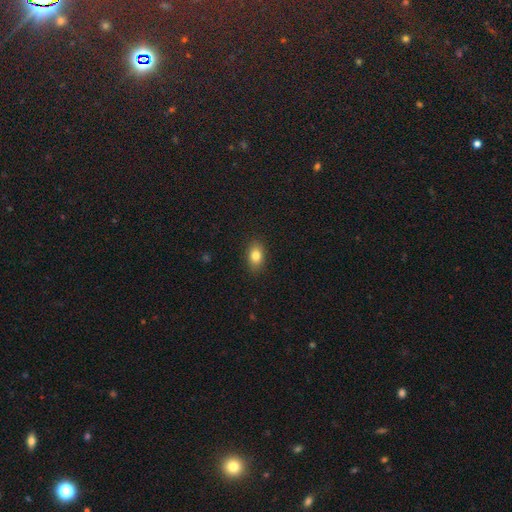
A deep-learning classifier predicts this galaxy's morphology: smooth_or_featured: smooth (p=0.82) [alt: star or artifact p=0.09]
how_rounded: in between (p=0.84) [alt: round p=0.14]
merging: none (p=0.88) [alt: minor disturbance p=0.09]